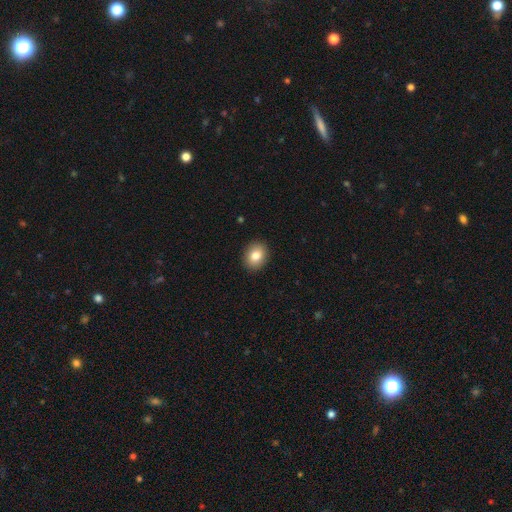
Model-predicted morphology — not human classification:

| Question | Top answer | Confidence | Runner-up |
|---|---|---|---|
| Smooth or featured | smooth | 82% | featured or disk (9%) |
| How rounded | round | 52% | in between (47%) |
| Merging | none | 91% | minor disturbance (6%) |